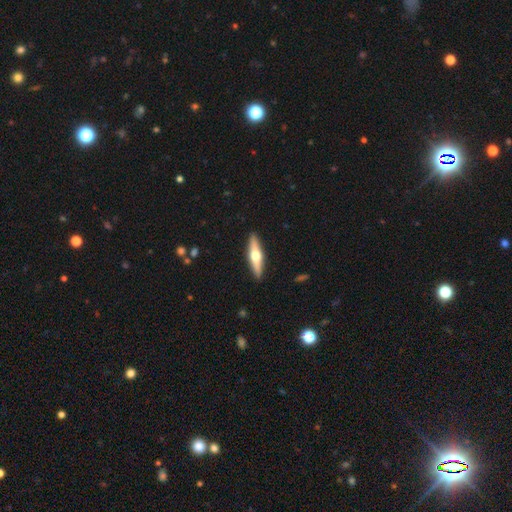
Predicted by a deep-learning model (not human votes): Overall: featured or disk (57%; smooth 38%). Edge-on disk: yes (94%). Edge-on bulge: rounded (95%). Merging: none (91%).